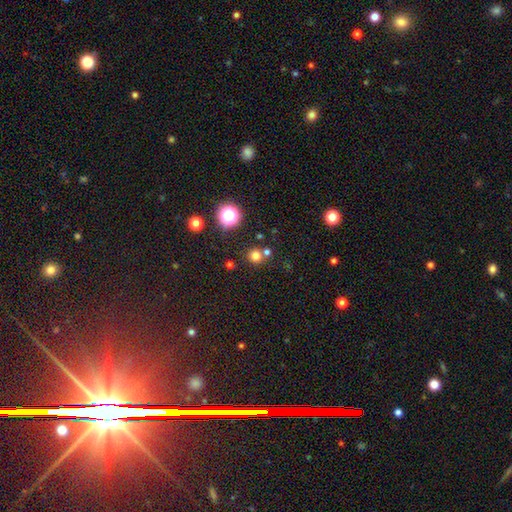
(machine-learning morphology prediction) Smooth or featured? Predicted: smooth (p=0.74). How rounded? Predicted: round (p=0.92). Merging? Predicted: none (p=0.73).